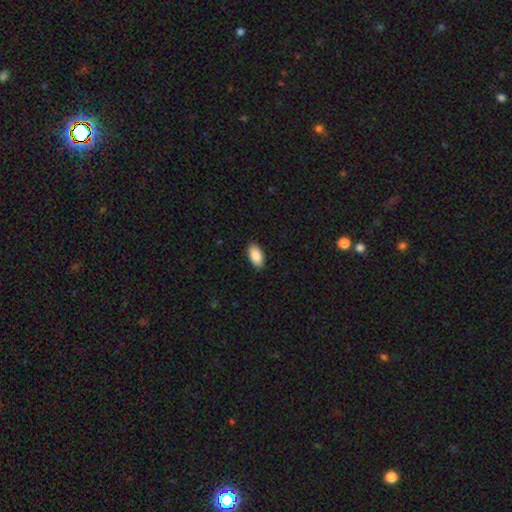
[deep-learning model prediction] smooth 90%, star or artifact 6%, featured or disk 4%. Down the decision tree: how rounded — in between (95%); merging — none (89%).